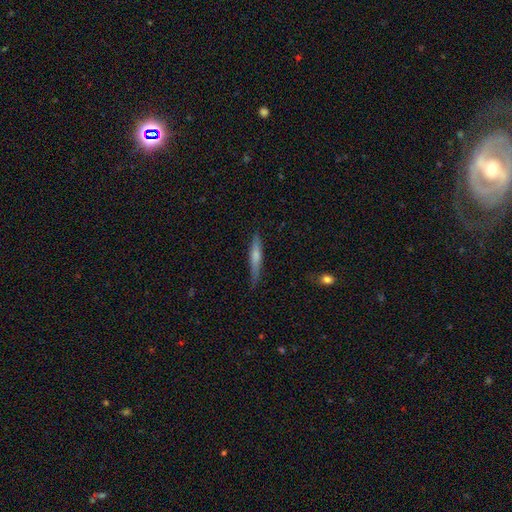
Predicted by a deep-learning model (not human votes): A smooth galaxy with no disk features (56%) that is cigar-shaped (92%). Merging: none (80%).